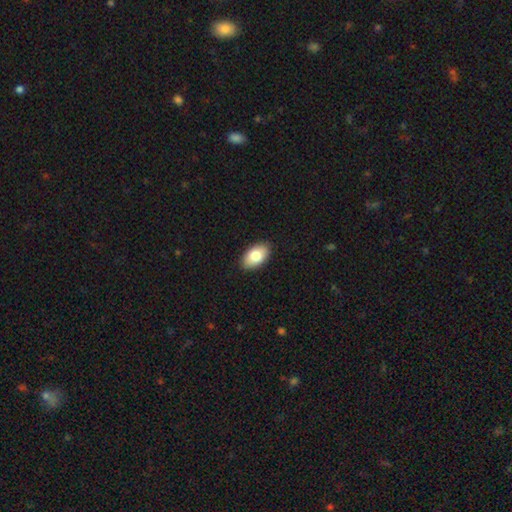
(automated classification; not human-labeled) Smooth or featured? smooth (81%)
How rounded? in between (94%)
Merging? none (90%)